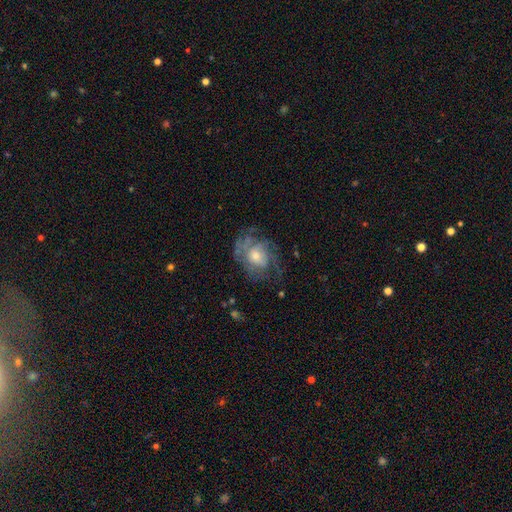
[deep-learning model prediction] Overall: featured or disk (72%). Edge-on disk: no (97%). Bar: no (77%). Spiral arms: yes (77%). Spiral arm count: can't tell (51%; 2 16%). Spiral winding: tight (49%; medium 35%). Bulge size: moderate (52%; small 39%). Merging: none (59%; minor disturbance 21%).